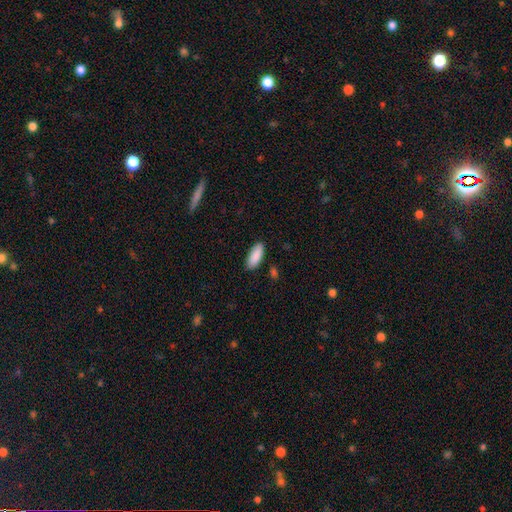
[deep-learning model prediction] Smooth or featured: smooth — 90% (star or artifact — 6%)
How rounded: in between — 81% (cigar-shaped — 17%)
Merging: none — 86% (minor disturbance — 10%)